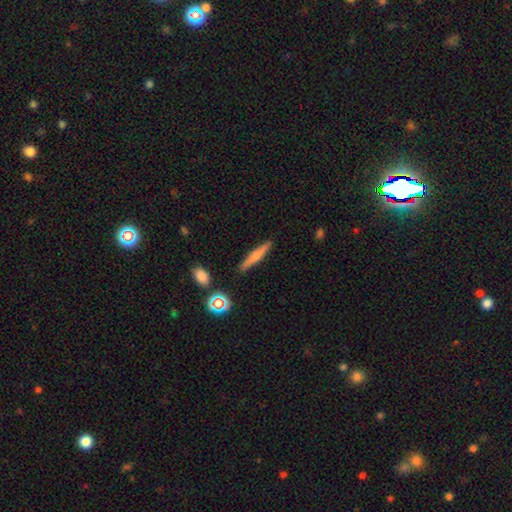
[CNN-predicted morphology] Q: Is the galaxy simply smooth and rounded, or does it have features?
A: smooth — 53%.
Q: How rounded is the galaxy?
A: cigar-shaped — 90%.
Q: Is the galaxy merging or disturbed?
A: none — 87%.